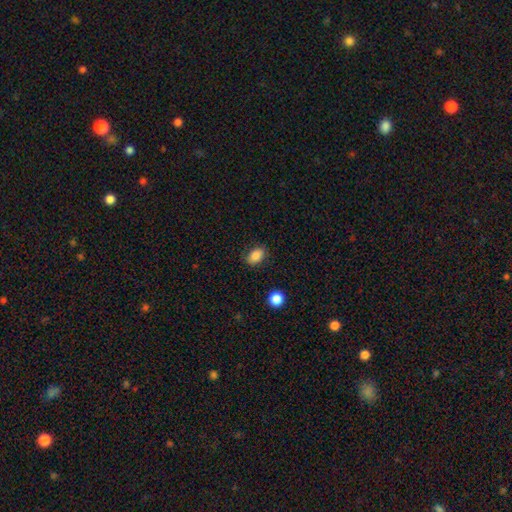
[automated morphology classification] A smooth galaxy with no disk features (85%) that is in between round and cigar-shaped (80%). Merging: none (84%).